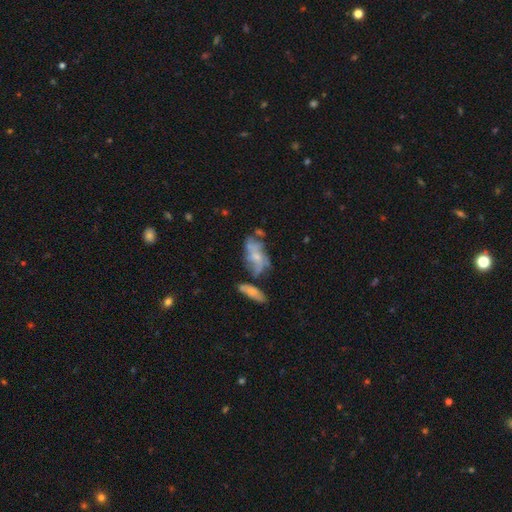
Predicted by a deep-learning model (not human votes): Smooth or featured: featured or disk — 60% (smooth — 30%)
Edge-on disk: no — 91% (yes — 9%)
Bar: no — 72% (weak — 23%)
Spiral arms: yes — 61% (no — 39%)
Bulge size: small — 57% (moderate — 30%)
Merging: none — 43% (minor disturbance — 21%)